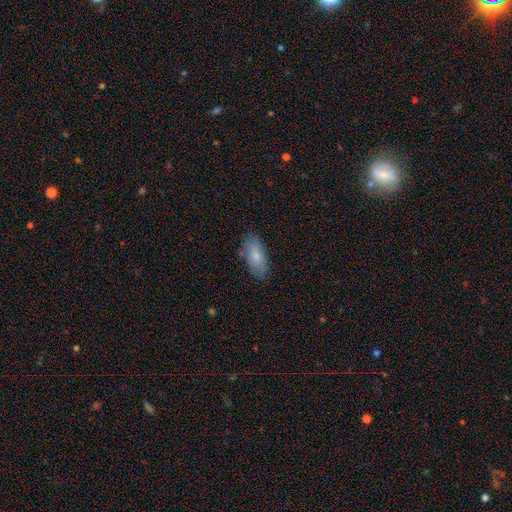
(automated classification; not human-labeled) This is likely a smooth galaxy (79%). How rounded: clearly in between (88%). Merging: clearly none (80%).